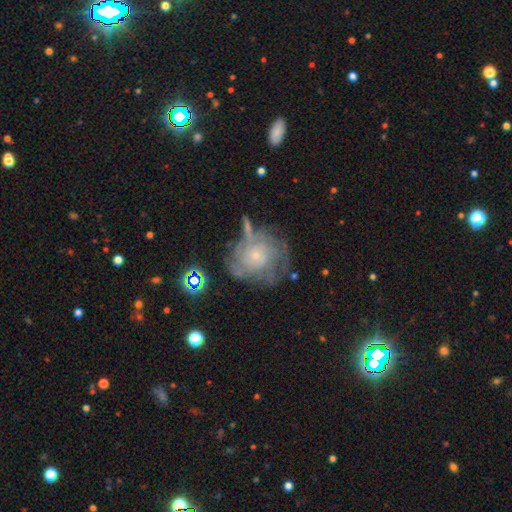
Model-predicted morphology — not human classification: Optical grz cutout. It shows a featured or disk galaxy (74%) with no bar (80%), tight (63%) spiral arms (86%) and a small central bulge (74%). Merging: none (54%).